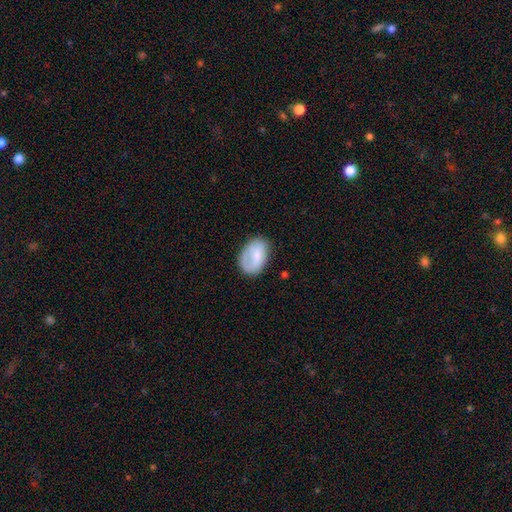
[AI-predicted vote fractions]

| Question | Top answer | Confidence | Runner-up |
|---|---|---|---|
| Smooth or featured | smooth | 69% | featured or disk (24%) |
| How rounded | in between | 83% | round (15%) |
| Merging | none | 65% | minor disturbance (24%) |